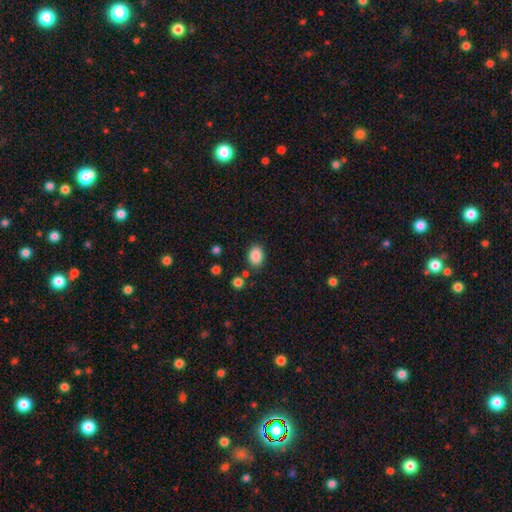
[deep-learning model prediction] smooth-or-featured: smooth: 87% | star or artifact: 9% | featured or disk: 4%
  how-rounded: in between: 70% | round: 29% | cigar-shaped: 1%
  merging: none: 82% | minor disturbance: 11% | merger: 4% | major disturbance: 3%